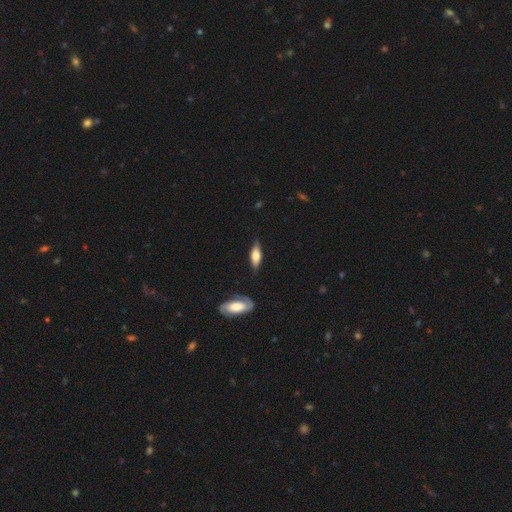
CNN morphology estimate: Q: Smooth or featured?
A: smooth (54%); runner-up: featured or disk (40%)
Q: How rounded?
A: in between (58%); runner-up: cigar-shaped (39%)
Q: Merging?
A: none (78%); runner-up: minor disturbance (16%)